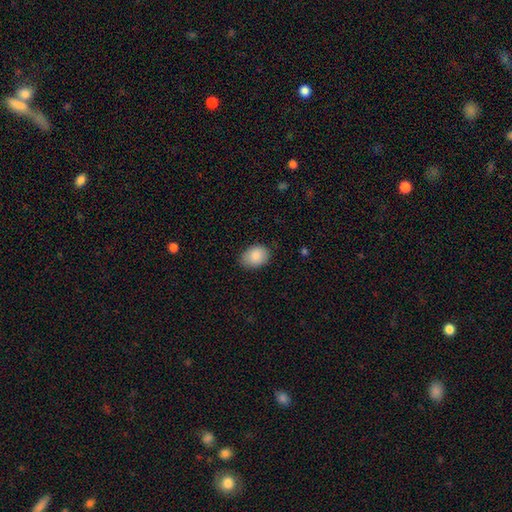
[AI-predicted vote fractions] Smooth or featured?
  - smooth: 88% *
  - star or artifact: 7%
  - featured or disk: 5%
How rounded?
  - in between: 75% *
  - round: 24%
  - cigar-shaped: 1%
Merging?
  - none: 80% *
  - minor disturbance: 16%
  - major disturbance: 3%
  - merger: 1%